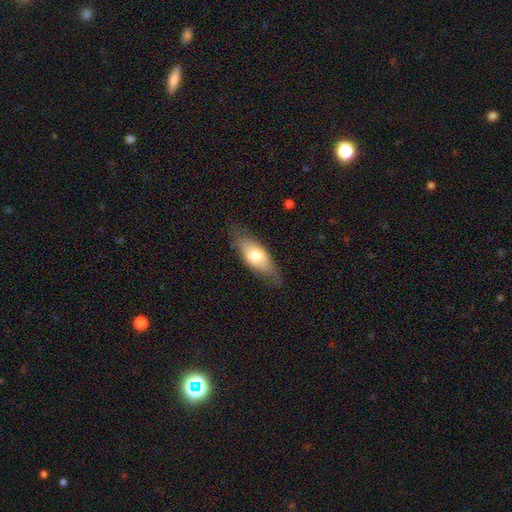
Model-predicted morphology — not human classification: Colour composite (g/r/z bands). It shows a smooth galaxy with no disk features (64%) that is in between round and cigar-shaped (74%). Merging: none (75%).